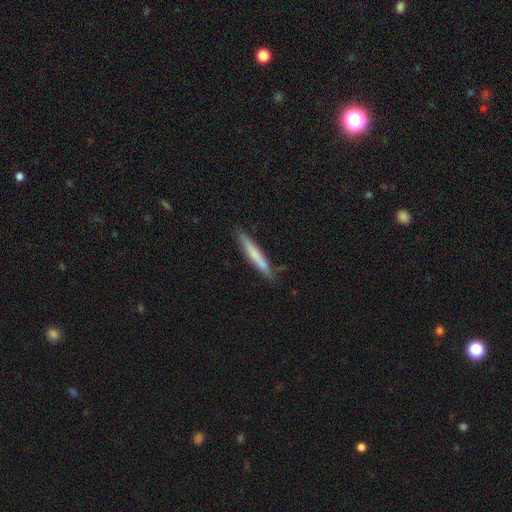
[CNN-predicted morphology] Smooth or featured: smooth — 66% (featured or disk — 28%)
How rounded: cigar-shaped — 95% (in between — 4%)
Merging: none — 84% (minor disturbance — 13%)